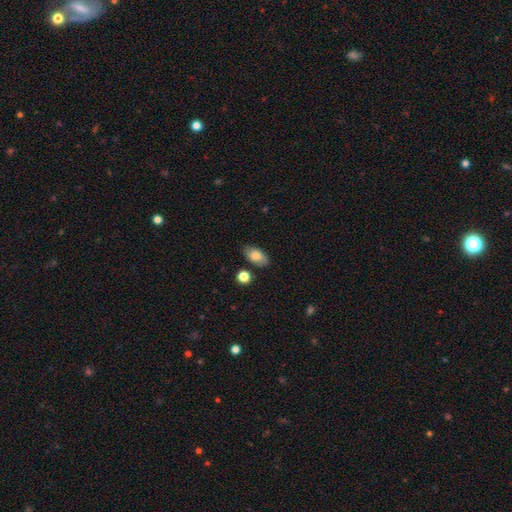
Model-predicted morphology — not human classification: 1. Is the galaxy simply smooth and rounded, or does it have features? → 76% smooth, 16% featured or disk, 8% star or artifact.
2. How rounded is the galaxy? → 91% in between, 6% round, 3% cigar-shaped.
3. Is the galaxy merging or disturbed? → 80% none, 13% minor disturbance, 4% merger, 3% major disturbance.